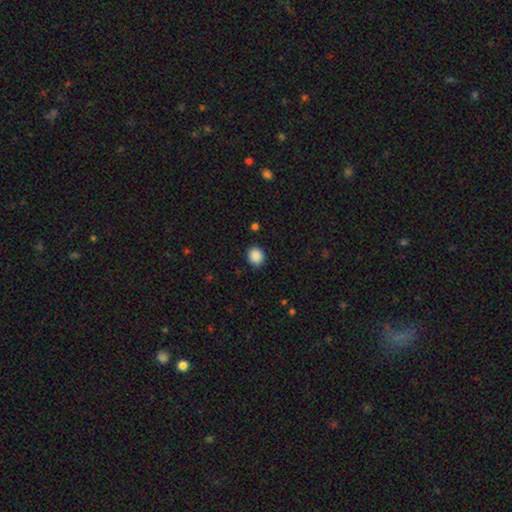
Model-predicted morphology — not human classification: This appears to be a smooth galaxy with no disk features (89%) that is round (73%). Merging: none (88%).